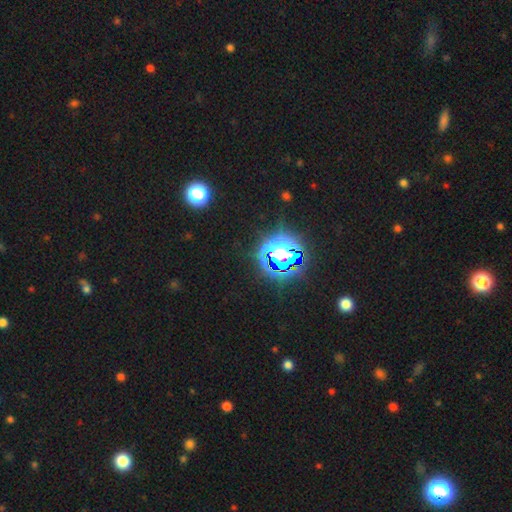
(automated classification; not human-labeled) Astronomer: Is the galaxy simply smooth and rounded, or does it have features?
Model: star or artifact — 78%.